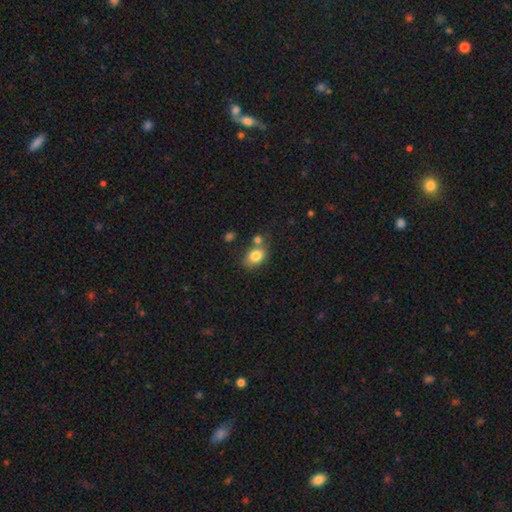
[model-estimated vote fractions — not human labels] Smooth or featured?
  - smooth: 81% *
  - featured or disk: 10%
  - star or artifact: 9%
How rounded?
  - in between: 72% *
  - round: 27%
  - cigar-shaped: 1%
Merging?
  - none: 59% *
  - merger: 21%
  - minor disturbance: 15%
  - major disturbance: 4%